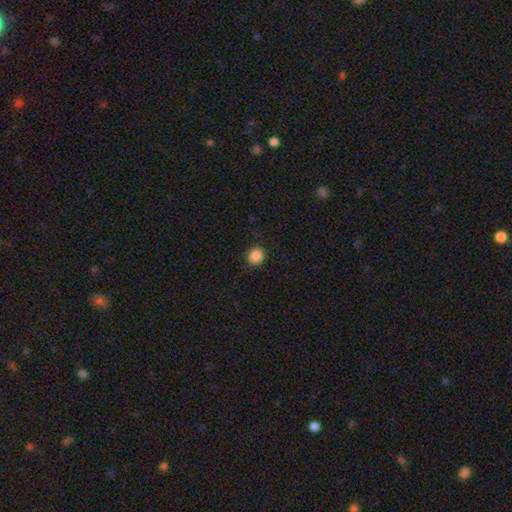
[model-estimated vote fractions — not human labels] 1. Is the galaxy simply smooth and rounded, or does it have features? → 87% smooth, 10% star or artifact, 3% featured or disk.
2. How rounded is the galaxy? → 80% round, 19% in between, 1% cigar-shaped.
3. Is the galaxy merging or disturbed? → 89% none, 8% minor disturbance, 2% major disturbance, 1% merger.